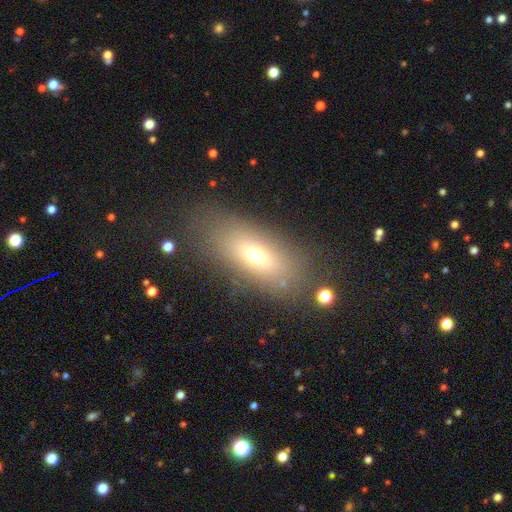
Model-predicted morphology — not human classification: A smooth galaxy with no disk features (65%) that is in between round and cigar-shaped (73%).

Vote fractions:
- Smooth or featured? smooth: 65% / featured or disk: 21% / star or artifact: 14%
- How rounded? in between: 73% / cigar-shaped: 20% / round: 7%
- Merging? none: 78% / minor disturbance: 12% / major disturbance: 7% / merger: 3%